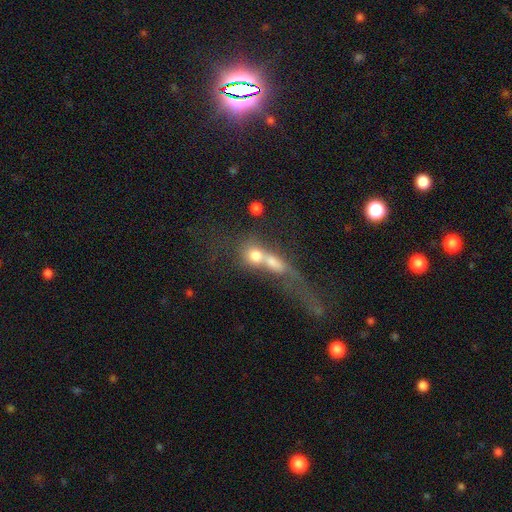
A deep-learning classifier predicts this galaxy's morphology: A smooth galaxy with no disk features (66%) that is round (55%). Merging: merger (70%).